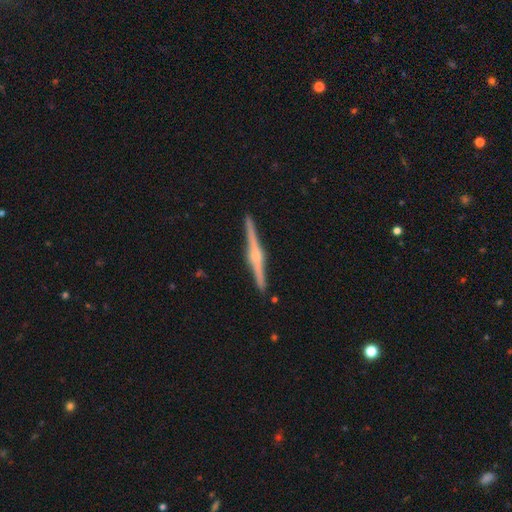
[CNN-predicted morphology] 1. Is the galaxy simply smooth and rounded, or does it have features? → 85% featured or disk, 11% smooth, 5% star or artifact.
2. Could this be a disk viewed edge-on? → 99% yes, 1% no.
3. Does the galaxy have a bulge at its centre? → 82% rounded, 12% boxy, 6% none.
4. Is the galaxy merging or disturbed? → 92% none, 5% minor disturbance, 1% major disturbance, 1% merger.